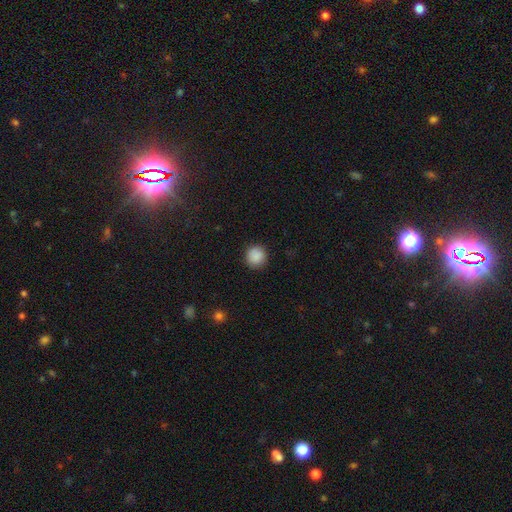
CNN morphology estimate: This is clearly a smooth galaxy (88%). How rounded: clearly round (93%). Merging: clearly none (90%).